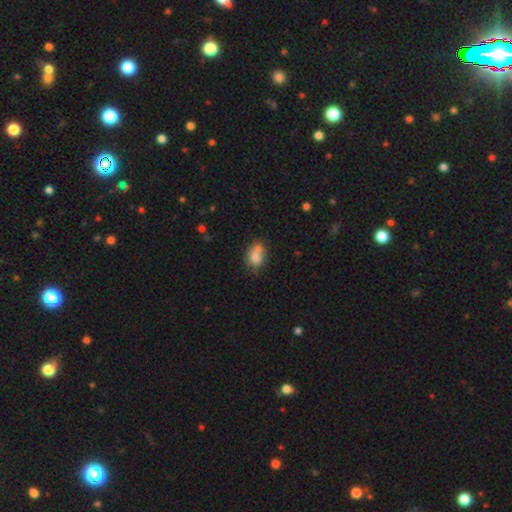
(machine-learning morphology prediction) Smooth or featured?
  - smooth: 75% *
  - featured or disk: 15%
  - star or artifact: 10%
How rounded?
  - in between: 65% *
  - round: 33%
  - cigar-shaped: 1%
Merging?
  - merger: 45% *
  - none: 34%
  - minor disturbance: 15%
  - major disturbance: 6%